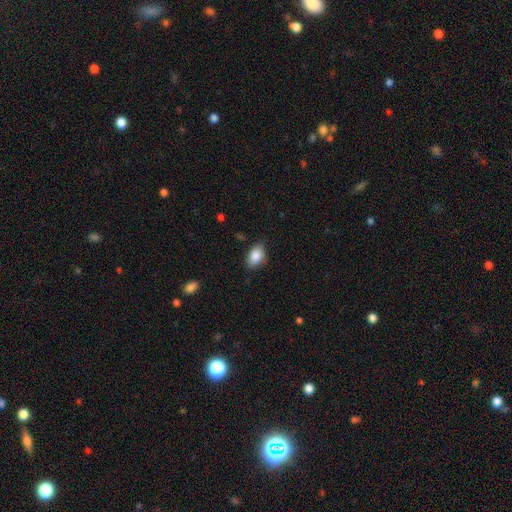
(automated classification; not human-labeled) The model was most divided on "merging": none: 77%, minor disturbance: 18%, major disturbance: 3%, merger: 1%. More confident: how rounded — in between (87%); smooth or featured — smooth (86%).